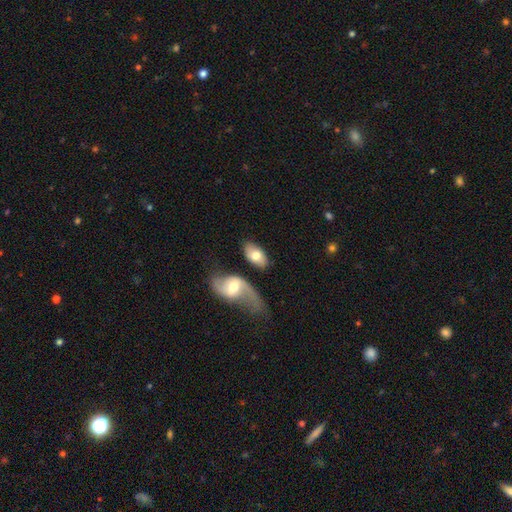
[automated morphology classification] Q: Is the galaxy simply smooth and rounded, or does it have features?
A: smooth — 67%.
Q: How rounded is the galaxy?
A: in between — 92%.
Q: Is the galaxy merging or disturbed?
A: none — 62%.